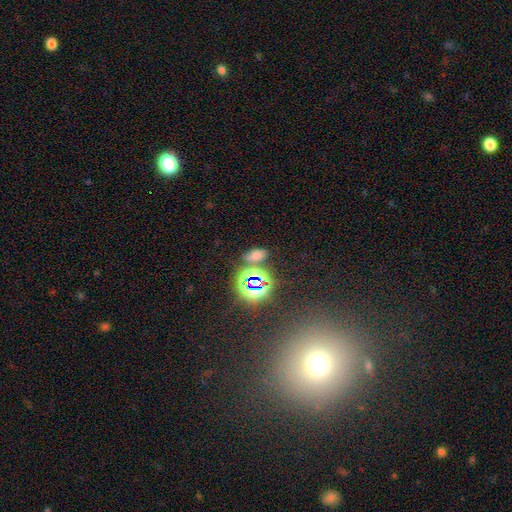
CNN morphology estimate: smooth-or-featured: smooth: 50% | star or artifact: 40% | featured or disk: 10%
  how-rounded: in between: 85% | round: 10% | cigar-shaped: 6%
  merging: none: 67% | minor disturbance: 14% | merger: 12% | major disturbance: 7%